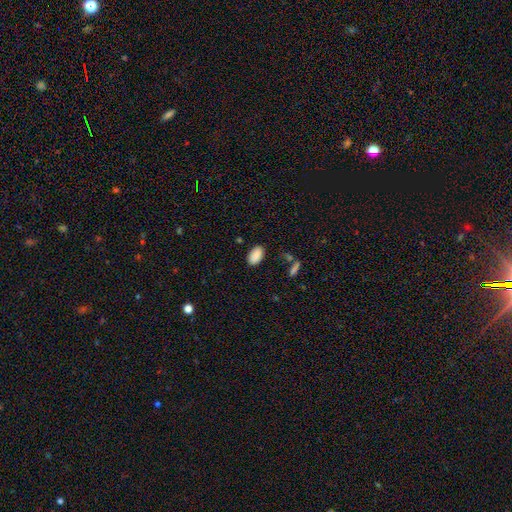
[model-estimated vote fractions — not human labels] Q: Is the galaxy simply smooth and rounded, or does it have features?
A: smooth — 89%.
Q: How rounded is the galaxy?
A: in between — 94%.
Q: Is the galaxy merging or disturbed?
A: none — 85%.